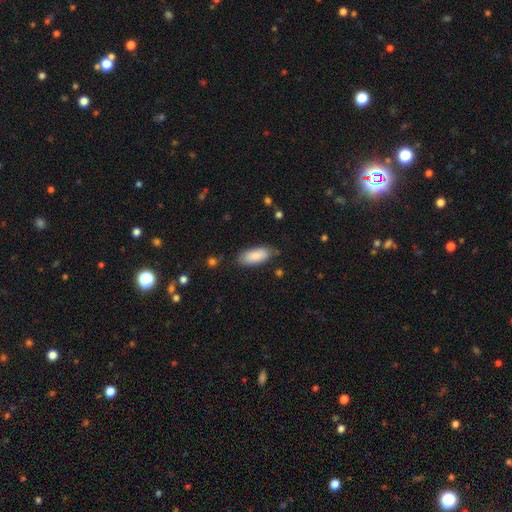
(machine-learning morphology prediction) A smooth galaxy with no disk features (86%) that is in between round and cigar-shaped (84%).

Vote fractions:
- Smooth or featured? smooth: 86% / featured or disk: 8% / star or artifact: 6%
- How rounded? in between: 84% / cigar-shaped: 14% / round: 2%
- Merging? none: 75% / minor disturbance: 19% / major disturbance: 4% / merger: 2%